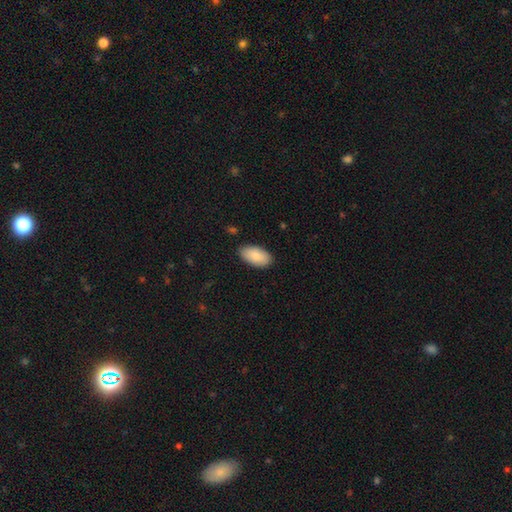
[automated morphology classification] Smooth or featured? Predicted: smooth (p=0.86). How rounded? Predicted: in between (p=0.95). Merging? Predicted: none (p=0.86).